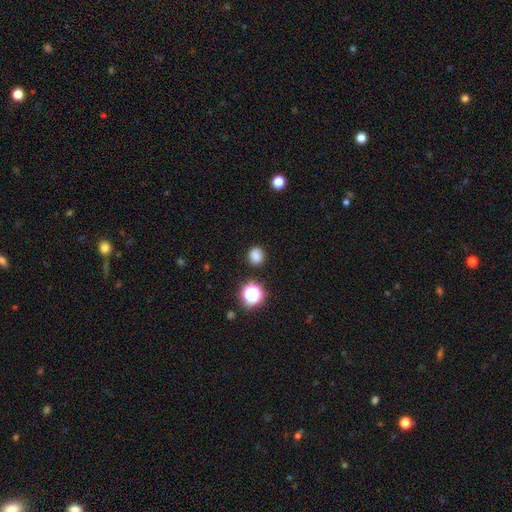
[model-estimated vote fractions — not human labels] smooth-or-featured: smooth: 81% | star or artifact: 15% | featured or disk: 4%
  how-rounded: round: 78% | in between: 21% | cigar-shaped: 1%
  merging: none: 86% | minor disturbance: 9% | major disturbance: 3% | merger: 2%